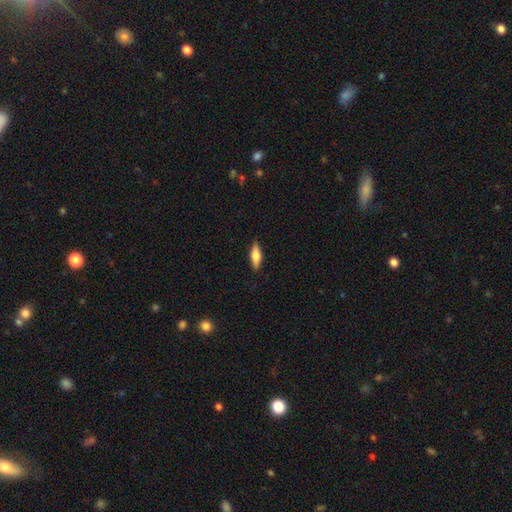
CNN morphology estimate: Smooth or featured? smooth (62%)
How rounded? in between (60%)
Merging? none (87%)